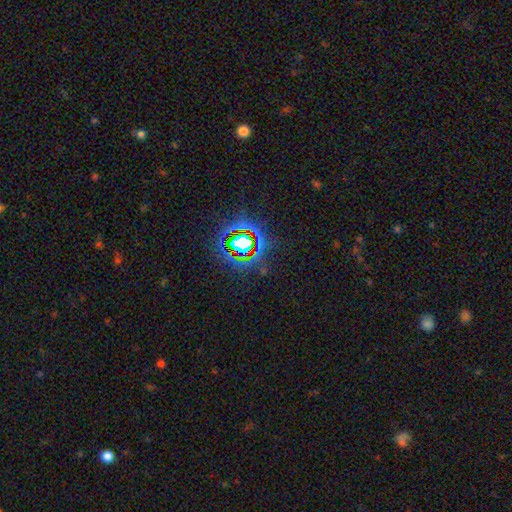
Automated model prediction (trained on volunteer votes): Smooth or featured? star or artifact (79%)